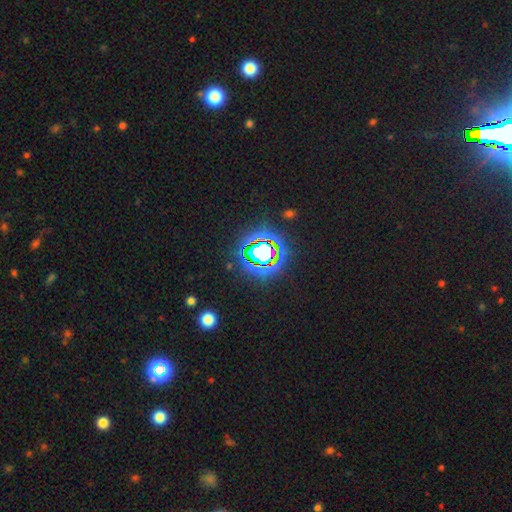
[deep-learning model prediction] Morphology: type=star or artifact (78%).